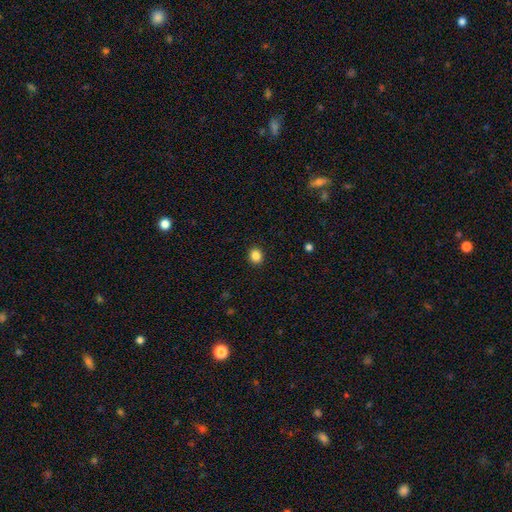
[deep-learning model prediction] smooth_or_featured: smooth (p=0.86) [alt: star or artifact p=0.11]
how_rounded: round (p=0.69) [alt: in between p=0.30]
merging: none (p=0.91) [alt: minor disturbance p=0.06]